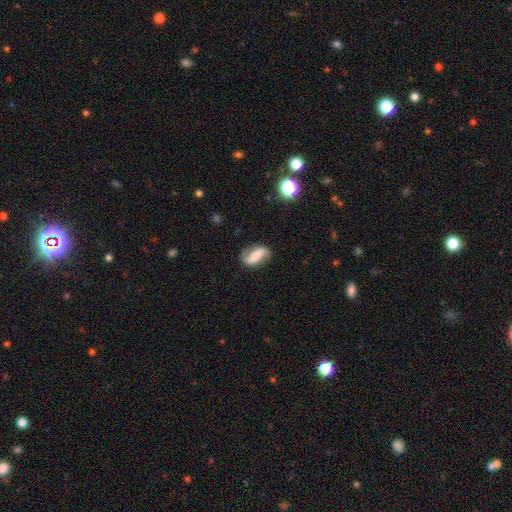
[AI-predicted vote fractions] Overall: featured or disk (59%; smooth 33%). Edge-on disk: no (92%). Bar: strong (54%; weak 27%). Spiral arms: yes (85%). Bulge size: small (29%; moderate 26%). Merging: none (73%).